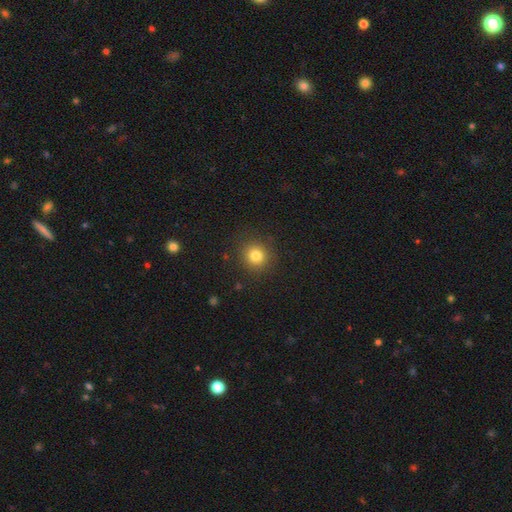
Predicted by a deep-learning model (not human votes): Q: Smooth or featured?
A: smooth (81%); runner-up: star or artifact (13%)
Q: How rounded?
A: round (91%); runner-up: in between (8%)
Q: Merging?
A: none (89%); runner-up: minor disturbance (7%)